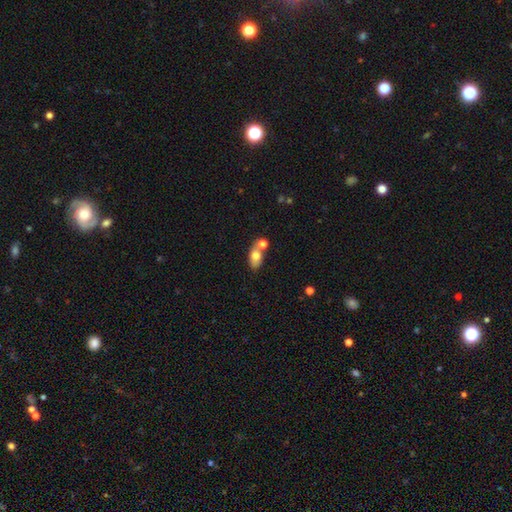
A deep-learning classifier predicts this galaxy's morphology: smooth-or-featured: smooth: 72% | featured or disk: 20% | star or artifact: 8%
  how-rounded: in between: 82% | round: 14% | cigar-shaped: 4%
  merging: none: 43% | merger: 41% | minor disturbance: 12% | major disturbance: 4%